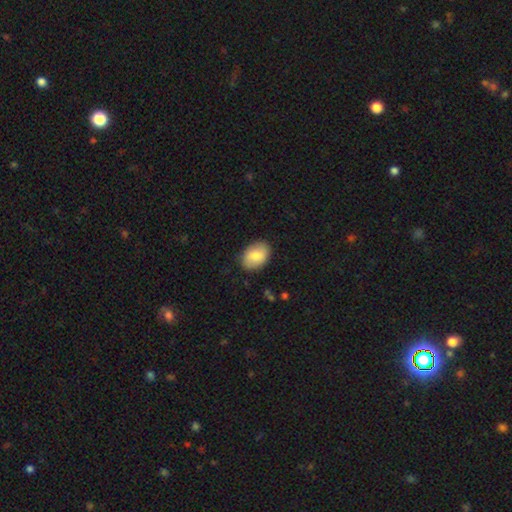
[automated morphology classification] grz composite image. It shows a smooth galaxy with no disk features (79%) that is in between round and cigar-shaped (82%). Merging: none (86%).